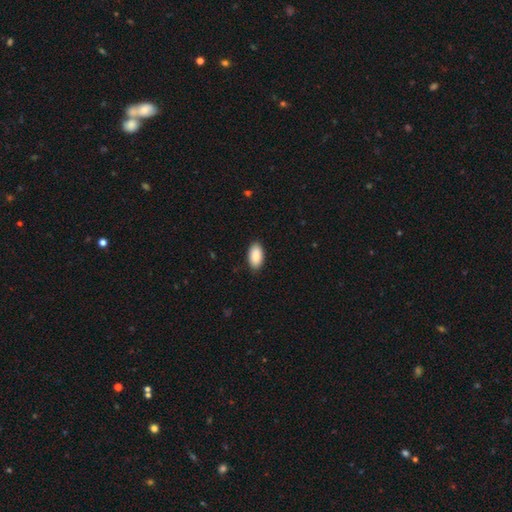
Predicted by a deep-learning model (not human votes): Smooth or featured? smooth (90%)
How rounded? in between (95%)
Merging? none (88%)